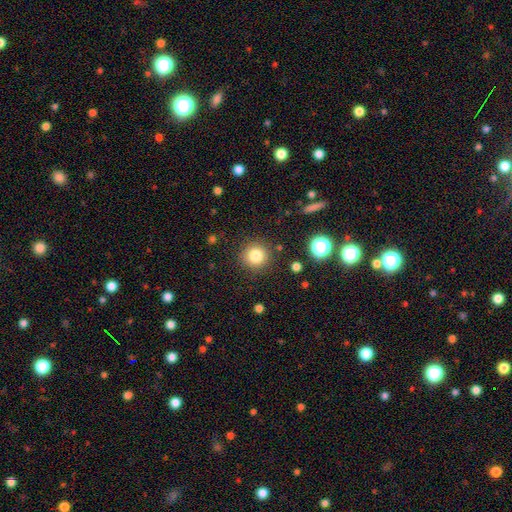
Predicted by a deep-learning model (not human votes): Smooth or featured?
  - smooth: 81% *
  - star or artifact: 12%
  - featured or disk: 7%
How rounded?
  - round: 94% *
  - in between: 5%
  - cigar-shaped: 1%
Merging?
  - none: 88% *
  - minor disturbance: 7%
  - major disturbance: 3%
  - merger: 2%